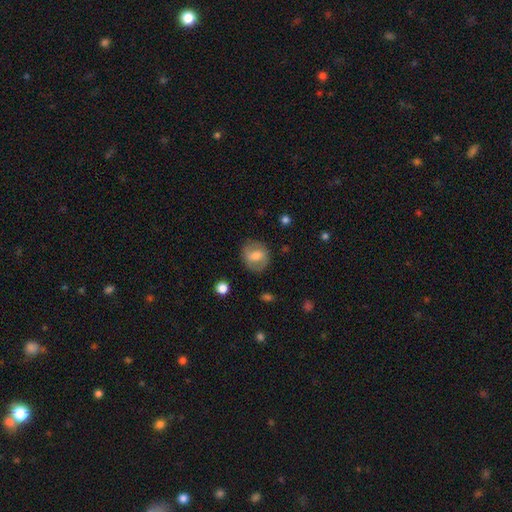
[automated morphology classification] Smooth or featured? Predicted: smooth (p=0.50). How rounded? Predicted: round (p=0.70). Merging? Predicted: none (p=0.80).